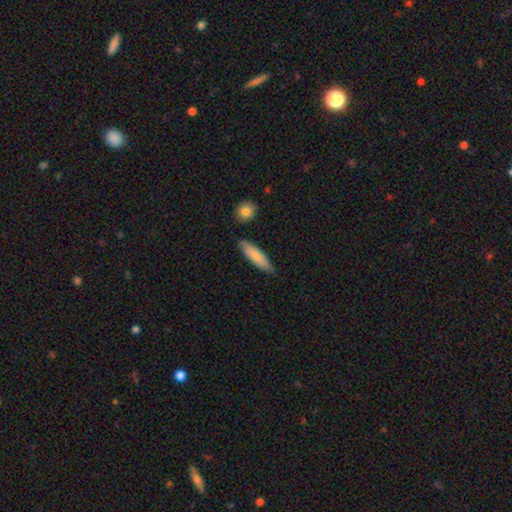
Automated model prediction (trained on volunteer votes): A smooth galaxy with no disk features (81%) that is cigar-shaped (63%).

Vote fractions:
- Smooth or featured? smooth: 81% / featured or disk: 14% / star or artifact: 5%
- How rounded? cigar-shaped: 63% / in between: 36% / round: 2%
- Merging? none: 82% / minor disturbance: 13% / merger: 3% / major disturbance: 2%